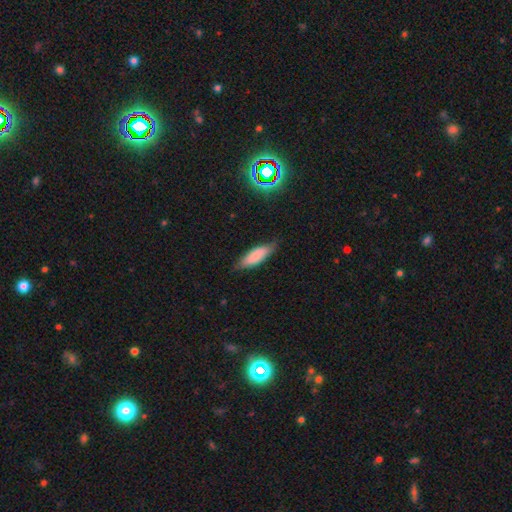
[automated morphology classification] smooth 77%, featured or disk 16%, star or artifact 7%. Down the decision tree: how rounded — in between (55%); merging — none (72%).